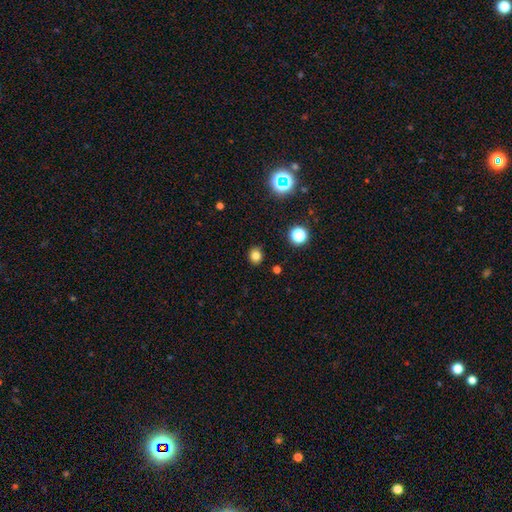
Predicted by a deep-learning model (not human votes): Smooth or featured?
  - smooth: 78% *
  - star or artifact: 16%
  - featured or disk: 6%
How rounded?
  - round: 68% *
  - in between: 31%
  - cigar-shaped: 1%
Merging?
  - none: 87% *
  - minor disturbance: 9%
  - major disturbance: 2%
  - merger: 2%